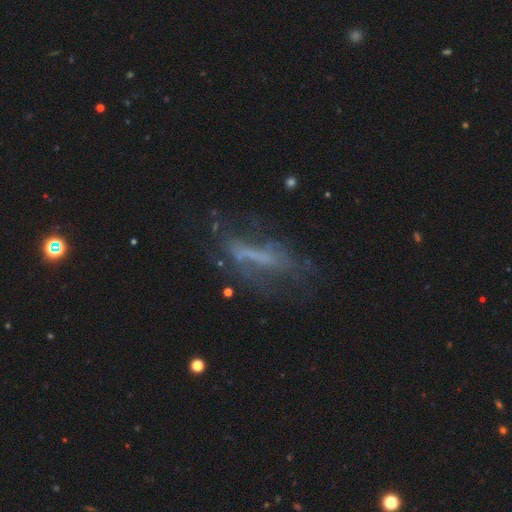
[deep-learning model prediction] Morphology: type=featured or disk (54%); edge-on=no (72%); merging=none (47%).